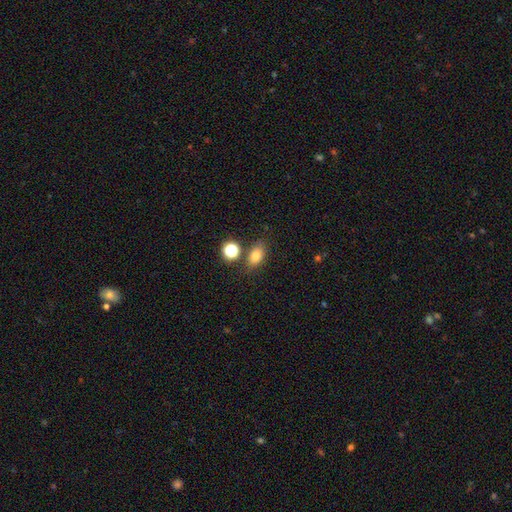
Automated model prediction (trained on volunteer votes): Q: Smooth or featured?
A: smooth (79%); runner-up: star or artifact (13%)
Q: How rounded?
A: in between (77%); runner-up: round (19%)
Q: Merging?
A: none (73%); runner-up: minor disturbance (13%)